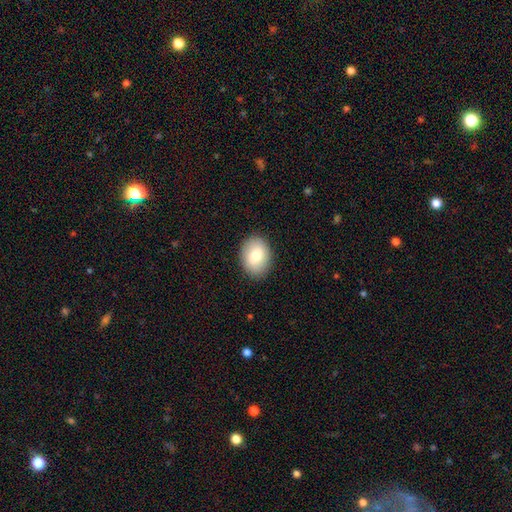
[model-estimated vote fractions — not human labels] smooth 77%, featured or disk 16%, star or artifact 7%. Down the decision tree: how rounded — in between (69%); merging — none (88%).